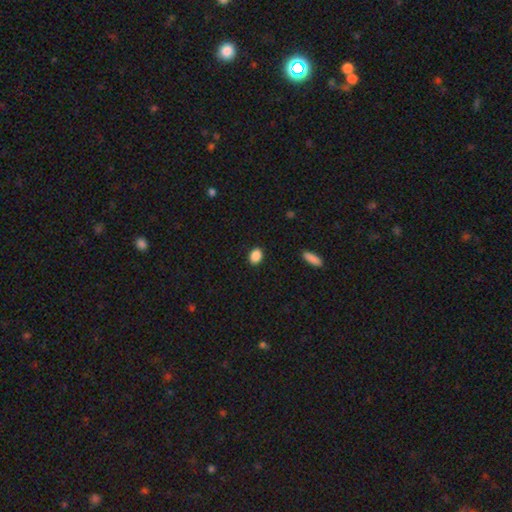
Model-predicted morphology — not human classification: Q: Smooth or featured?
A: smooth (88%); runner-up: star or artifact (8%)
Q: How rounded?
A: in between (64%); runner-up: round (35%)
Q: Merging?
A: none (90%); runner-up: minor disturbance (7%)